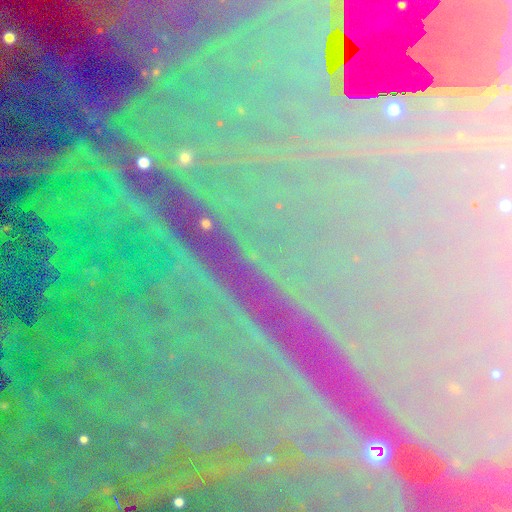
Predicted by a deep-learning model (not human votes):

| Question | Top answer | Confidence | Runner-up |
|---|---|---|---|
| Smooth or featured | star or artifact | 87% | featured or disk (8%) |